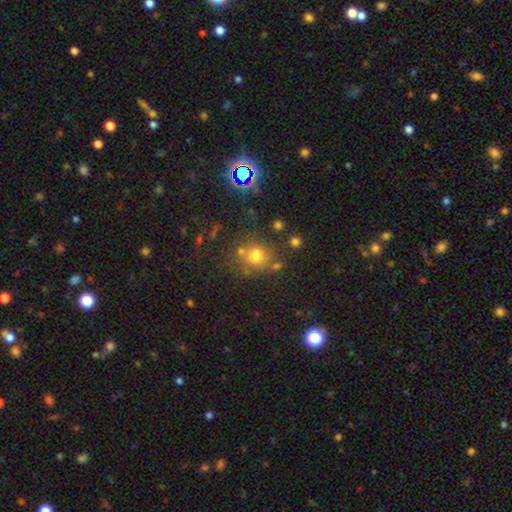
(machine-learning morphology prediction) A smooth galaxy with no disk features (66%) that is round (79%). Merging: none (63%).